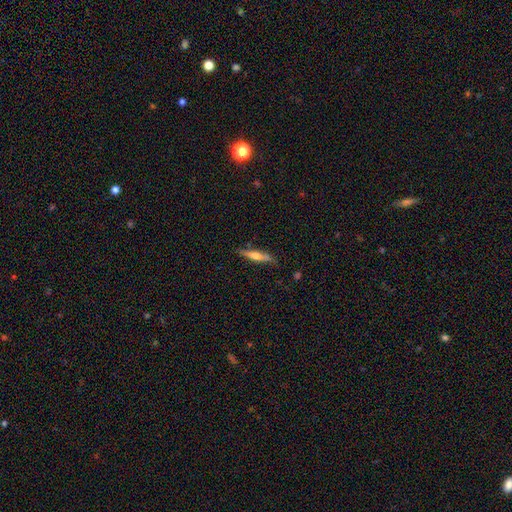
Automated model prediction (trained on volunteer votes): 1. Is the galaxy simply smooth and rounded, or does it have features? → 50% smooth, 44% featured or disk, 6% star or artifact.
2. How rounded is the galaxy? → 87% cigar-shaped, 11% in between, 2% round.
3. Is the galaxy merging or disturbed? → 80% none, 15% minor disturbance, 3% major disturbance, 2% merger.